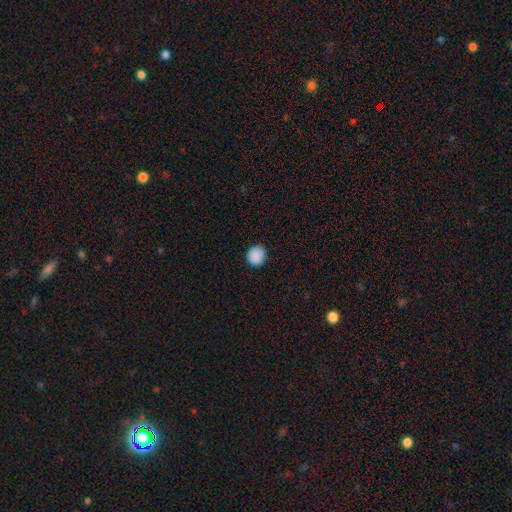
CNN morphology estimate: smooth-or-featured: smooth: 89% | star or artifact: 9% | featured or disk: 2%
  how-rounded: round: 87% | in between: 13% | cigar-shaped: 1%
  merging: none: 90% | minor disturbance: 8% | major disturbance: 2% | merger: 1%